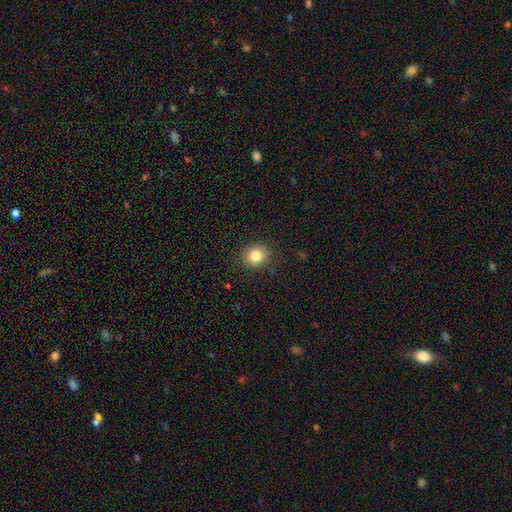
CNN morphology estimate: Smooth or featured: smooth — 83% (star or artifact — 11%)
How rounded: round — 72% (in between — 27%)
Merging: none — 89% (minor disturbance — 8%)